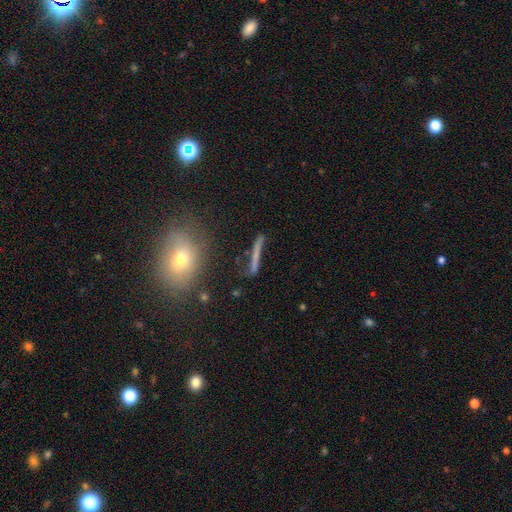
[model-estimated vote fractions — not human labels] smooth_or_featured: smooth (p=0.52) [alt: featured or disk p=0.33]
how_rounded: cigar-shaped (p=0.85) [alt: in between p=0.09]
merging: none (p=0.75) [alt: minor disturbance p=0.13]